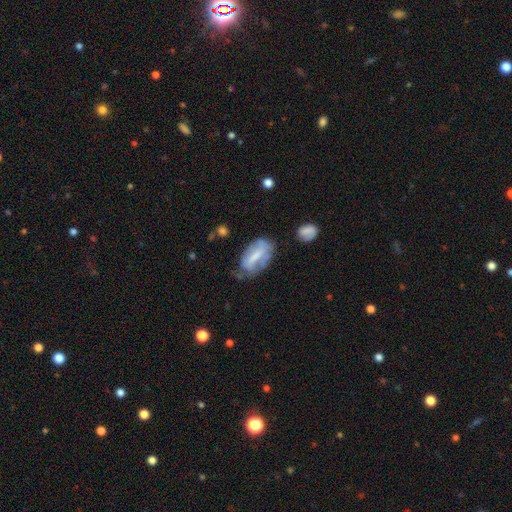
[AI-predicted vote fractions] The model was most divided on "smooth or featured": featured or disk: 49%, smooth: 42%, star or artifact: 8%. Remaining: merging — none (46%).